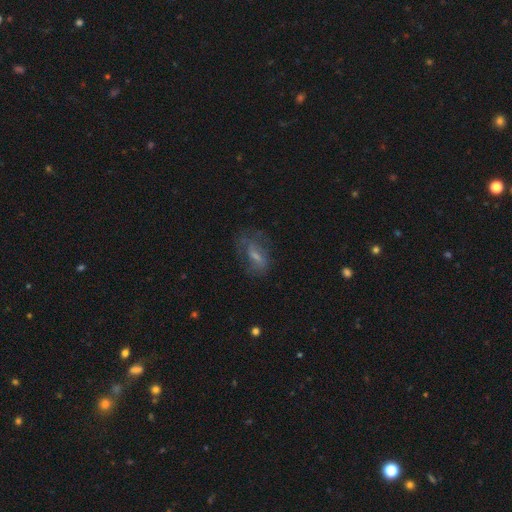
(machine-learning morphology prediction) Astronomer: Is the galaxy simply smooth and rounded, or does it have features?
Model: featured or disk — 47% (runner-up: smooth, 40%).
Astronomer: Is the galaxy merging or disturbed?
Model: none — 51%.